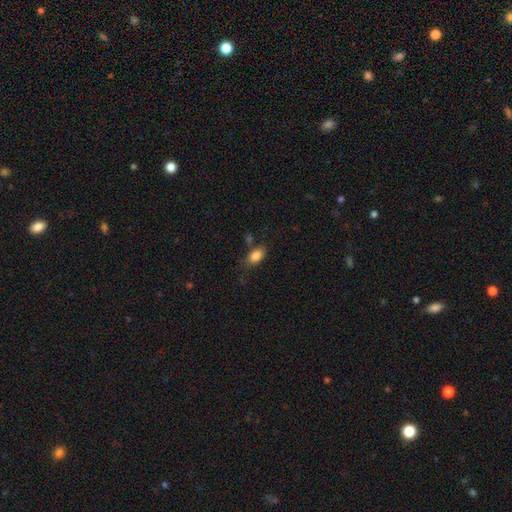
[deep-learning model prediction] This is clearly a smooth galaxy (85%). How rounded: clearly in between (89%). Merging: likely none (69%).